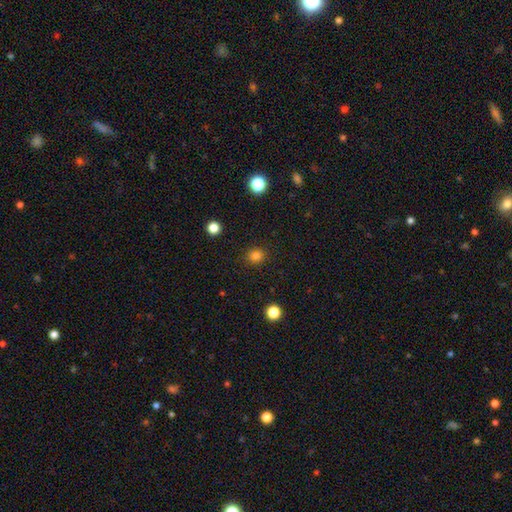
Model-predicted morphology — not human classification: Smooth or featured? smooth (82%)
How rounded? round (81%)
Merging? none (89%)